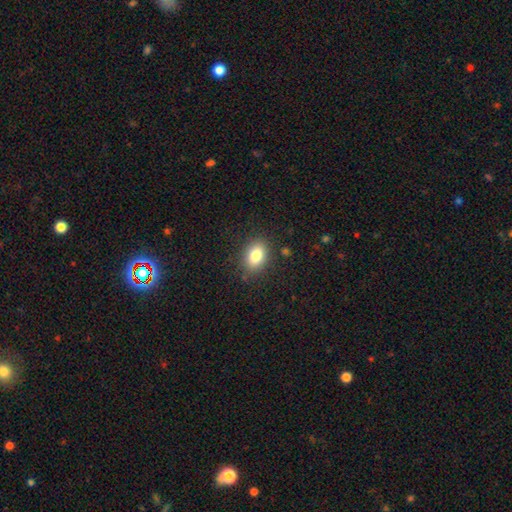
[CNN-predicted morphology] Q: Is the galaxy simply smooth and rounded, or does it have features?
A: smooth — 83%.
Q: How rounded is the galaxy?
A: in between — 80%.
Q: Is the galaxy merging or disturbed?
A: none — 85%.